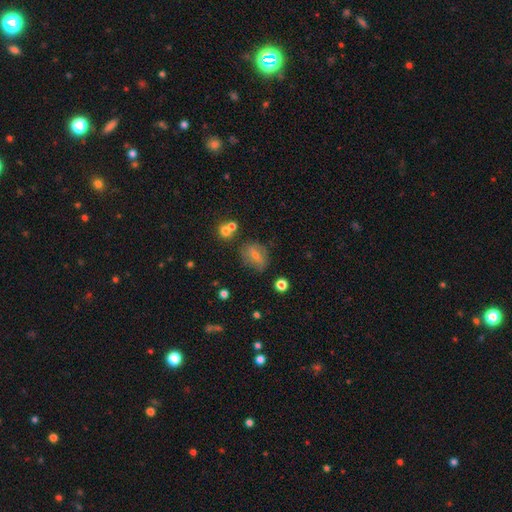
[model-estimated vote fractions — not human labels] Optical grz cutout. It shows a smooth galaxy with no disk features (50%) that is in between round and cigar-shaped (58%). Merging: none (66%).